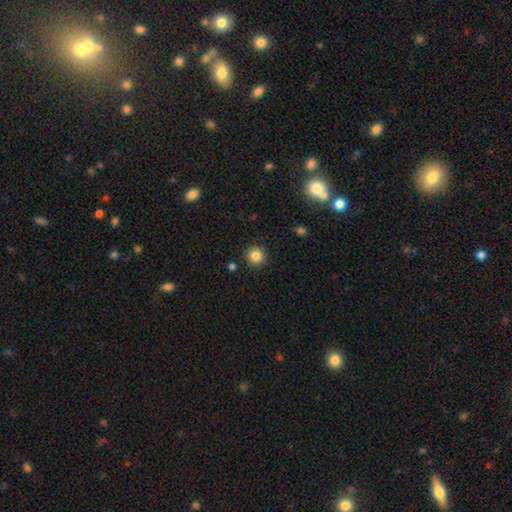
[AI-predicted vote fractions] smooth-or-featured: smooth: 84% | star or artifact: 11% | featured or disk: 5%
  how-rounded: round: 95% | in between: 4% | cigar-shaped: 1%
  merging: none: 91% | minor disturbance: 5% | major disturbance: 2% | merger: 2%